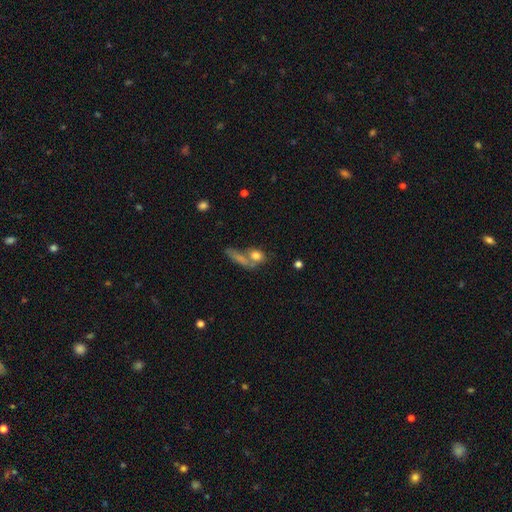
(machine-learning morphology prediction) A smooth galaxy with no disk features (72%) that is round (47%).

Vote fractions:
- Smooth or featured? smooth: 72% / featured or disk: 17% / star or artifact: 11%
- How rounded? round: 47% / in between: 43% / cigar-shaped: 10%
- Merging? merger: 41% / none: 36% / minor disturbance: 12% / major disturbance: 11%